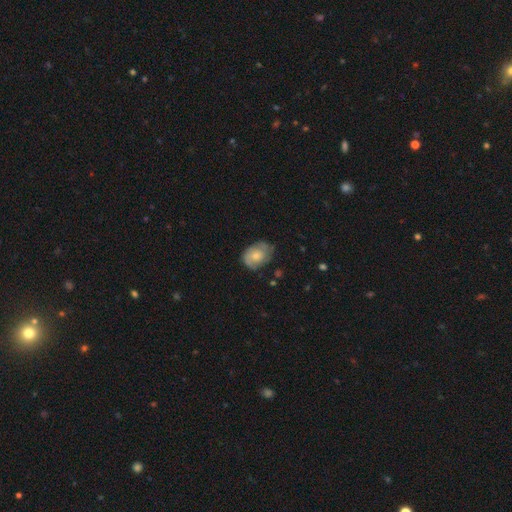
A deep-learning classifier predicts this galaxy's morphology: A smooth galaxy with no disk features (59%) that is in between round and cigar-shaped (67%). Merging: none (61%).